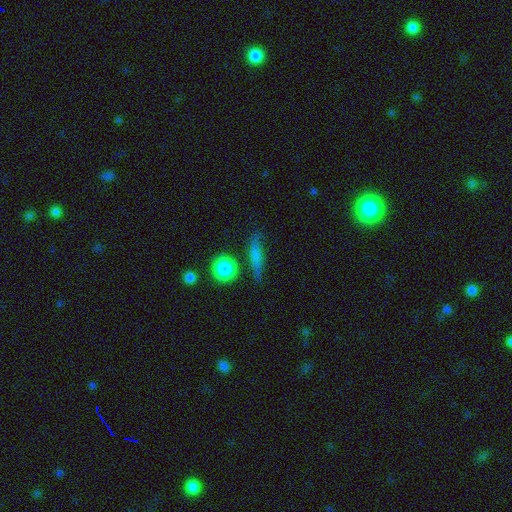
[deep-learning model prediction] A smooth galaxy with no disk features (65%) that is cigar-shaped (70%). Merging: none (73%).